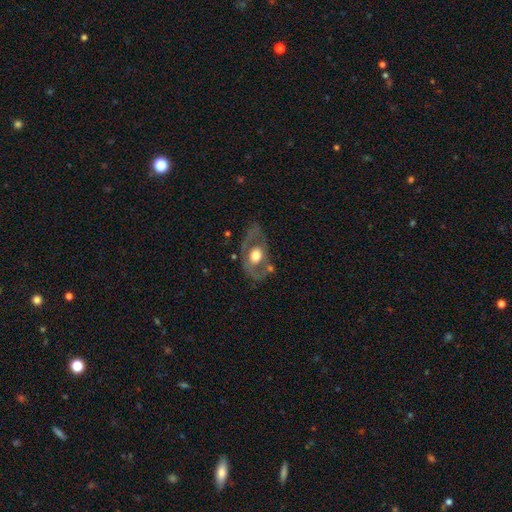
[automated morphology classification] A featured or disk galaxy (60%) with no bar (82%), no spiral arms (67%) and a moderate central bulge (54%). Merging: none (56%).